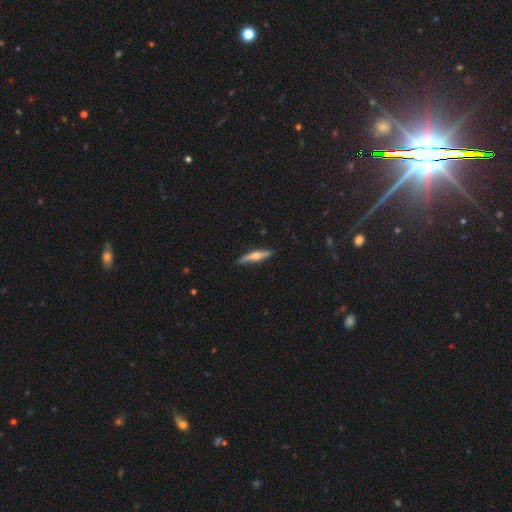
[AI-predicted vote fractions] Overall: featured or disk (61%; smooth 33%). Edge-on disk: yes (95%). Edge-on bulge: rounded (90%). Merging: none (85%).